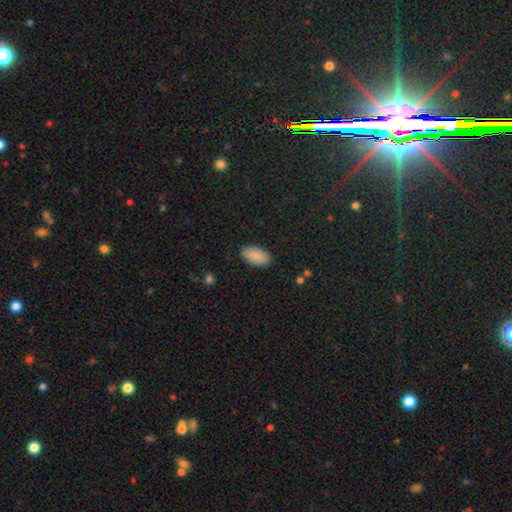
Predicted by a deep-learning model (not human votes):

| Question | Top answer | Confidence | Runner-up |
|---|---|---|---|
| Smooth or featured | smooth | 90% | star or artifact (7%) |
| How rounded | in between | 95% | round (3%) |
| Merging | none | 89% | minor disturbance (8%) |